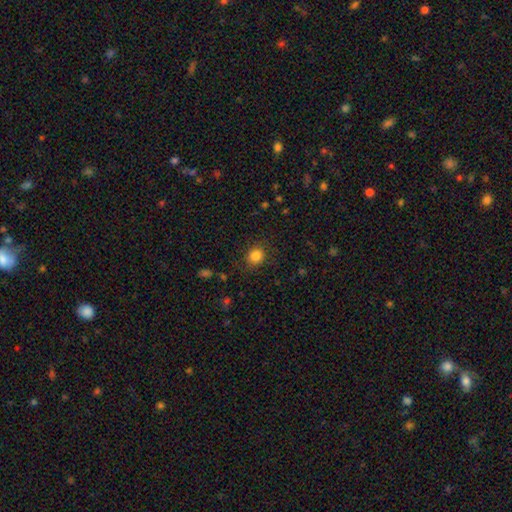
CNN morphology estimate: smooth_or_featured: smooth (p=0.84) [alt: star or artifact p=0.11]
how_rounded: round (p=0.73) [alt: in between p=0.26]
merging: none (p=0.84) [alt: minor disturbance p=0.11]